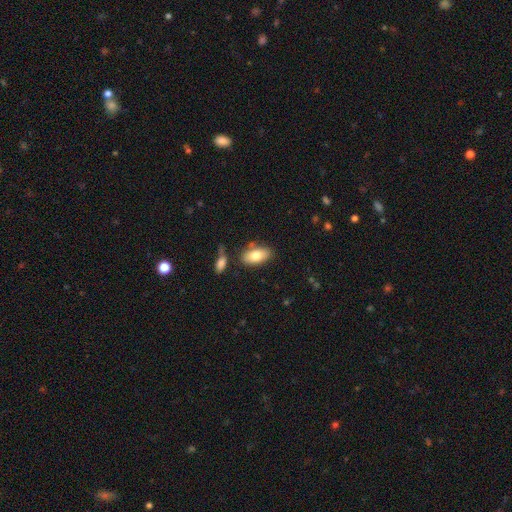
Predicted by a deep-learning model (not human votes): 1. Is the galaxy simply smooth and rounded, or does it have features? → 77% smooth, 16% featured or disk, 7% star or artifact.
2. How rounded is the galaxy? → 91% in between, 5% cigar-shaped, 4% round.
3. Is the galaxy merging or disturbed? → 73% none, 15% minor disturbance, 9% merger, 4% major disturbance.